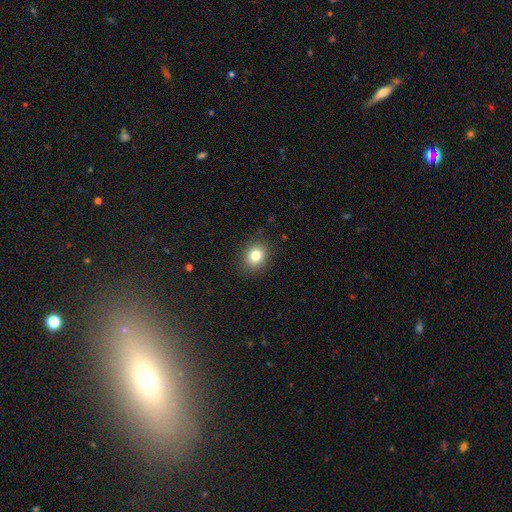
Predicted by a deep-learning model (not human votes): The model was most divided on "how rounded": round: 66%, in between: 33%, cigar-shaped: 1%. More confident: merging — none (88%); smooth or featured — smooth (80%).